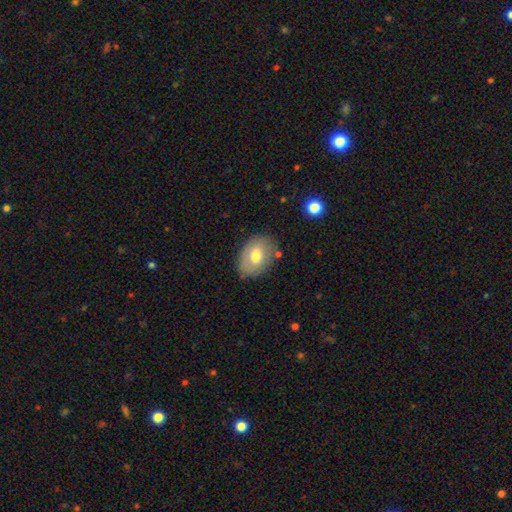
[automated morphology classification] This appears to be a smooth galaxy with no disk features (69%) that is in between round and cigar-shaped (82%). Merging: none (77%).